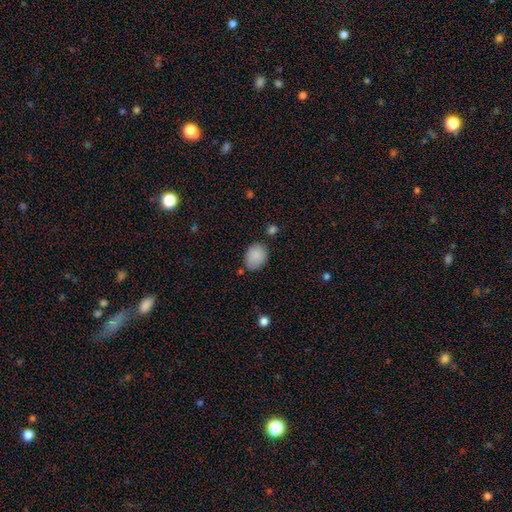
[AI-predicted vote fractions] smooth_or_featured: smooth (p=0.88) [alt: star or artifact p=0.07]
how_rounded: in between (p=0.56) [alt: round p=0.43]
merging: none (p=0.76) [alt: minor disturbance p=0.16]